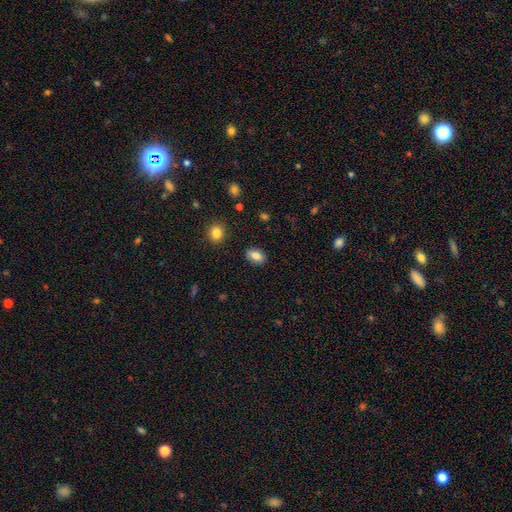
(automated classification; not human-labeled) Morphology: type=smooth (82%); roundness=in between (85%); merging=none (87%).